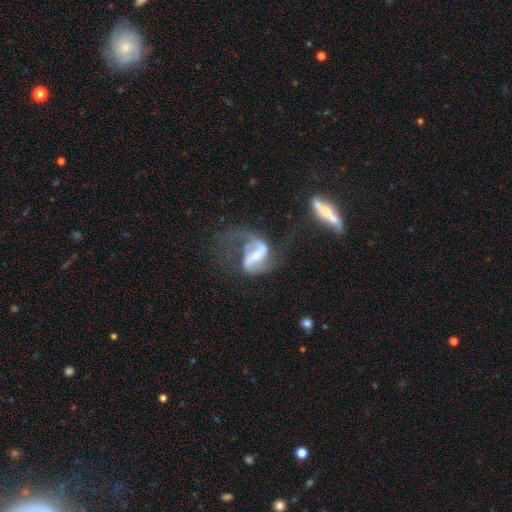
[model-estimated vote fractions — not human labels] A featured or disk galaxy (87%) with a strong bar (49%), 2 (86%) loose (54%) spiral arms (94%) and a moderate central bulge (60%). Merging: none (45%).